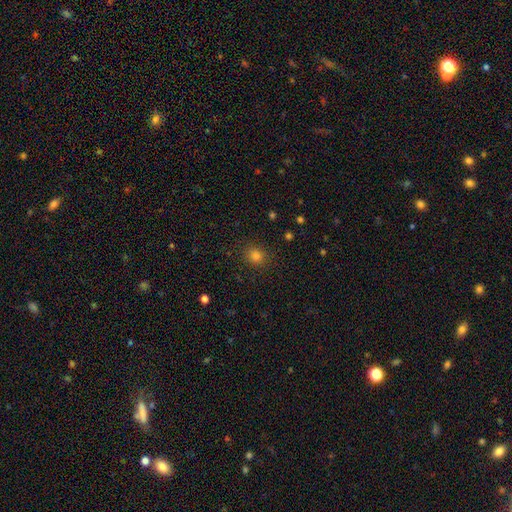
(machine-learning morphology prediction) type=smooth (78%); roundness=round (79%); merging=none (89%).